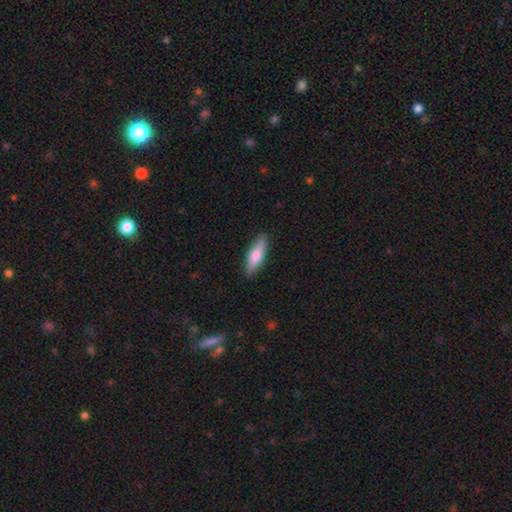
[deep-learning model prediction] Smooth or featured: smooth — 70% (featured or disk — 25%)
How rounded: cigar-shaped — 52% (in between — 46%)
Merging: none — 88% (minor disturbance — 9%)